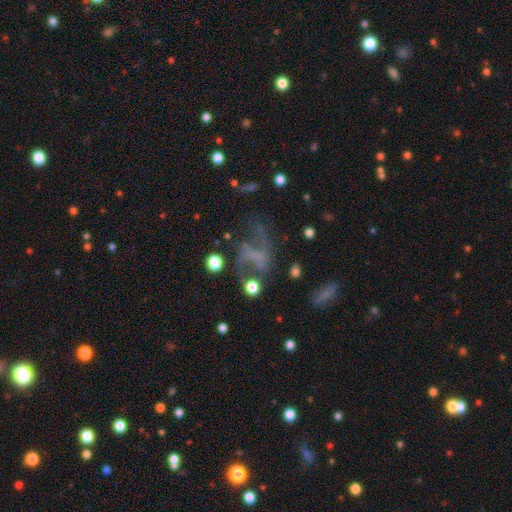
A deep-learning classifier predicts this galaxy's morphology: Overall: featured or disk (60%; smooth 21%). Edge-on disk: no (96%). Bar: no (48%; weak 32%). Spiral arms: yes (65%; no 35%). Bulge size: none (72%). Merging: none (42%; major disturbance 32%).